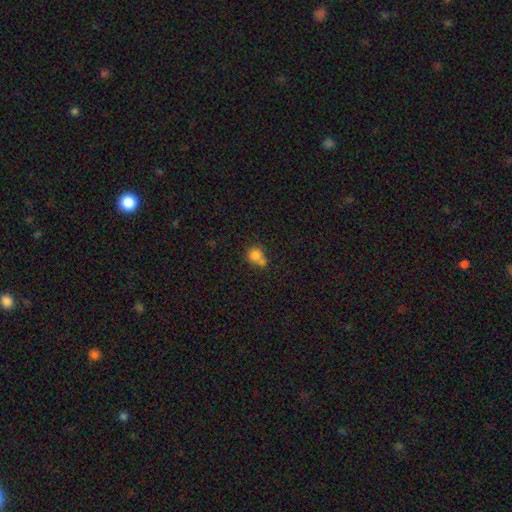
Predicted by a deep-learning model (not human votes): The model was most divided on "merging": none: 42%, merger: 38%, minor disturbance: 15%, major disturbance: 6%. More confident: smooth or featured — smooth (79%); how rounded — round (78%).